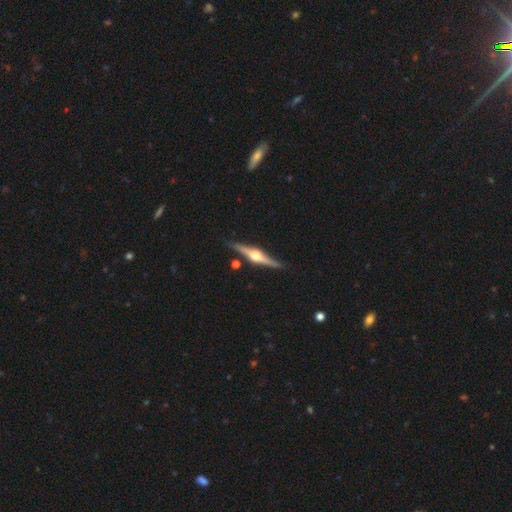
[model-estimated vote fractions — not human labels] This appears to be a featured or disk galaxy (82%) viewed edge-on (98%) with a rounded central bulge (96%). Merging: none (86%).